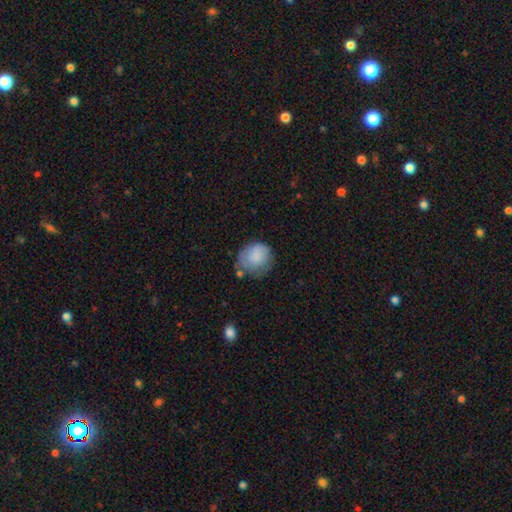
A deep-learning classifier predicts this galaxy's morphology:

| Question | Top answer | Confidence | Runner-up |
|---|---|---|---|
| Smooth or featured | smooth | 78% | featured or disk (15%) |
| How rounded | round | 72% | in between (27%) |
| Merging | none | 48% | minor disturbance (32%) |